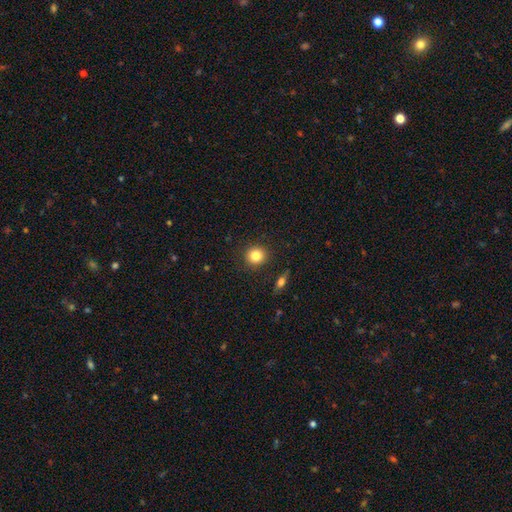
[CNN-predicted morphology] Smooth or featured? Predicted: smooth (p=0.83). How rounded? Predicted: round (p=0.90). Merging? Predicted: none (p=0.90).